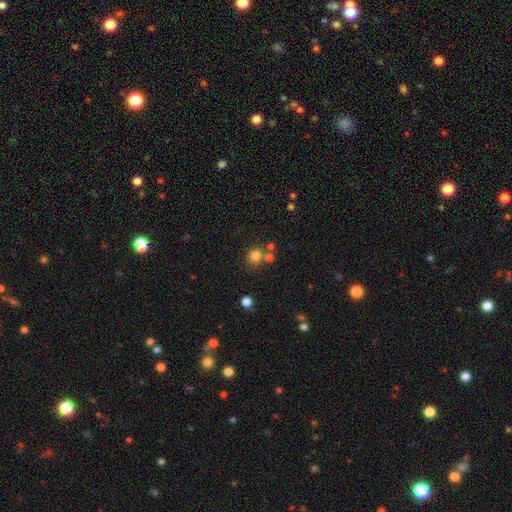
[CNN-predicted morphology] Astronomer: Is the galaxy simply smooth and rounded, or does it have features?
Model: smooth — 78%.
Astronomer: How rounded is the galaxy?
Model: round — 83%.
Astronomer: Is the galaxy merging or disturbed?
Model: none — 61%.